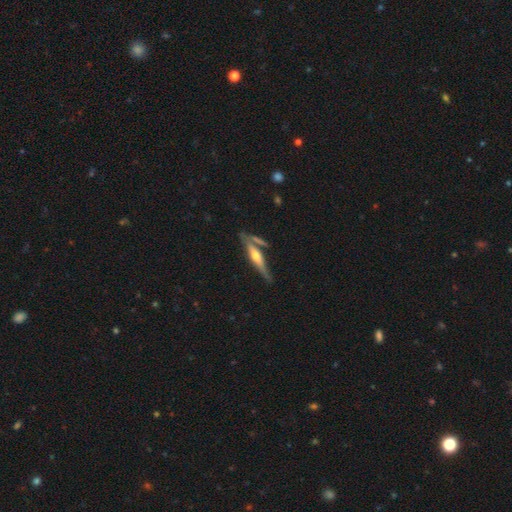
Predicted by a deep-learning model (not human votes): The model was most divided on "smooth or featured": featured or disk: 67%, smooth: 28%, star or artifact: 6%. More confident: edge-on disk — yes (93%); edge-on bulge — rounded (84%); merging — none (64%).